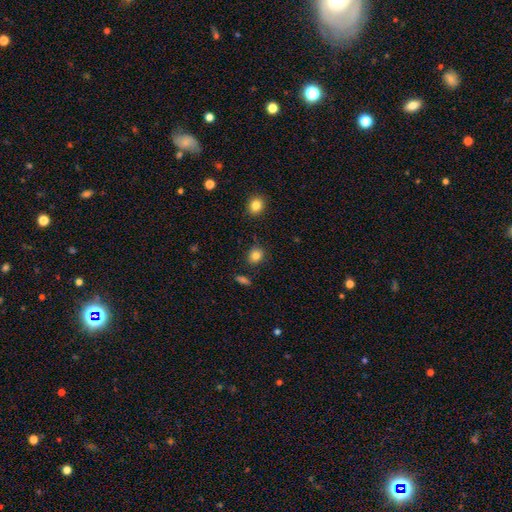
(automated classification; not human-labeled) A smooth galaxy with no disk features (83%) that is round (69%). Merging: none (86%).